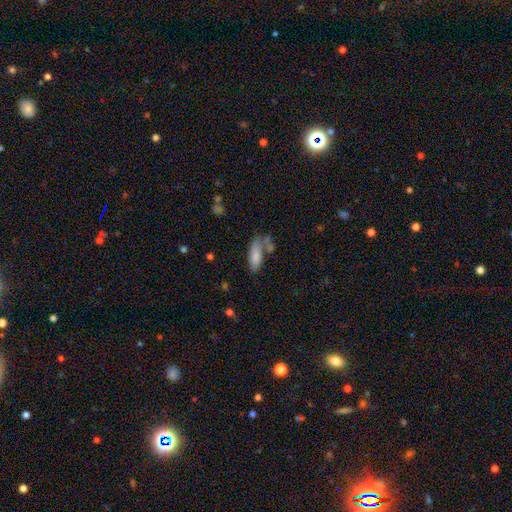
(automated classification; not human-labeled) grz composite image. It shows a smooth galaxy with no disk features (79%) that is in between round and cigar-shaped (71%). Merging: none (46%).